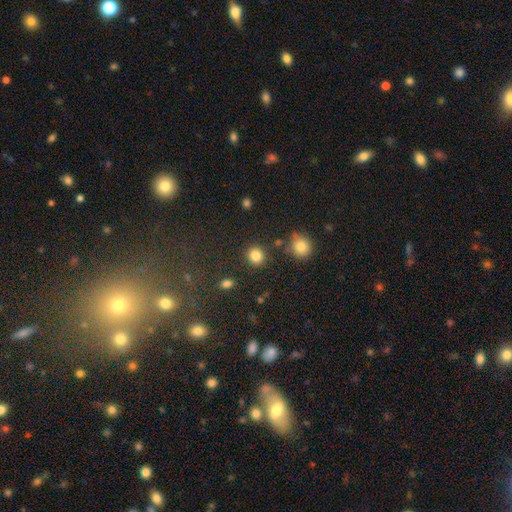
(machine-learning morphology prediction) Smooth or featured? smooth (85%)
How rounded? round (88%)
Merging? none (86%)